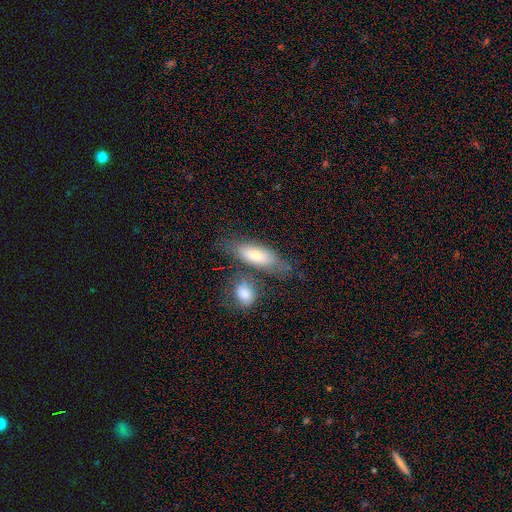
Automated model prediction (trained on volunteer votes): smooth_or_featured: smooth (p=0.68) [alt: featured or disk p=0.25]
how_rounded: in between (p=0.66) [alt: cigar-shaped p=0.30]
merging: none (p=0.53) [alt: merger p=0.23]